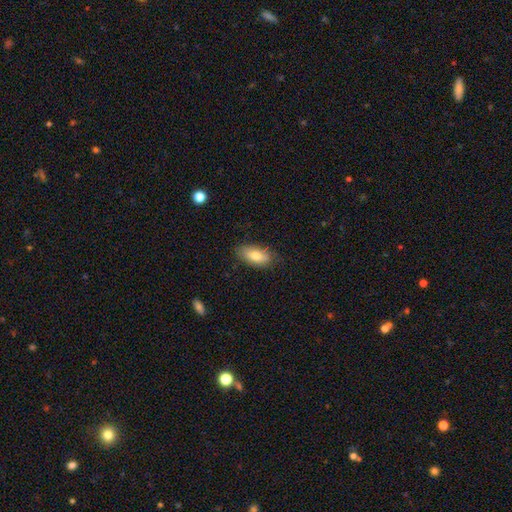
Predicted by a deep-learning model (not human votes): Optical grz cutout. It shows a smooth galaxy with no disk features (78%) that is in between round and cigar-shaped (87%). Merging: none (81%).